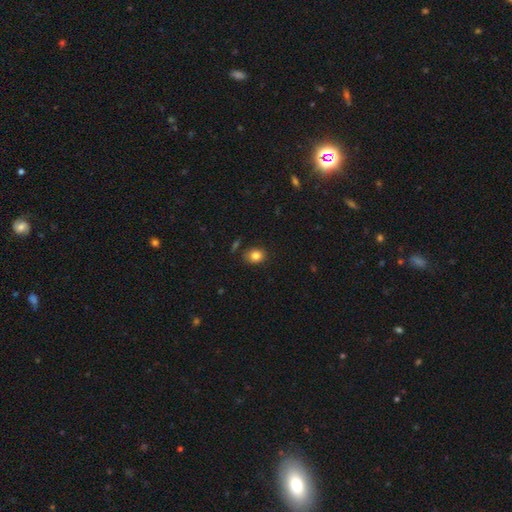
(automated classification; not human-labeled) Smooth or featured: smooth — 83% (star or artifact — 10%)
How rounded: round — 51% (in between — 48%)
Merging: none — 82% (minor disturbance — 12%)